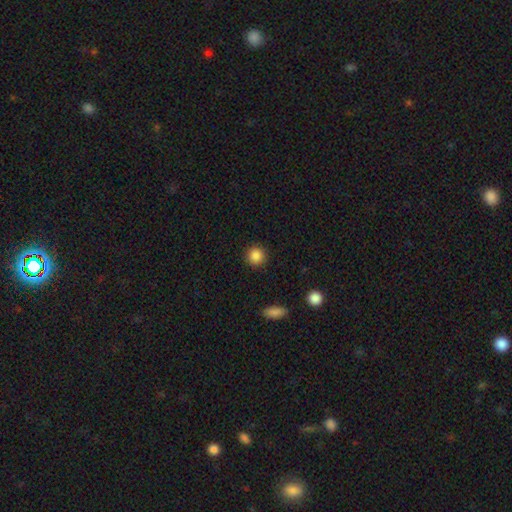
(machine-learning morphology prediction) Smooth or featured: smooth — 87% (star or artifact — 10%)
How rounded: round — 93% (in between — 6%)
Merging: none — 91% (minor disturbance — 6%)